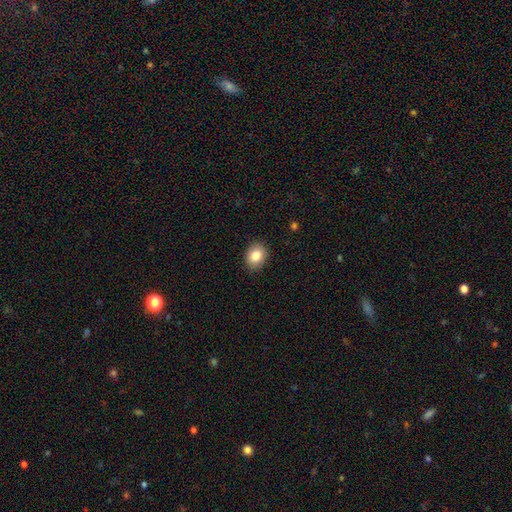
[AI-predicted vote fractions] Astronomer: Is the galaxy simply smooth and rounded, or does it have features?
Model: smooth — 84%.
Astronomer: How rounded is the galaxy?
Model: in between — 51% (runner-up: round, 48%).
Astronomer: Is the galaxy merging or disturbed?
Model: none — 89%.